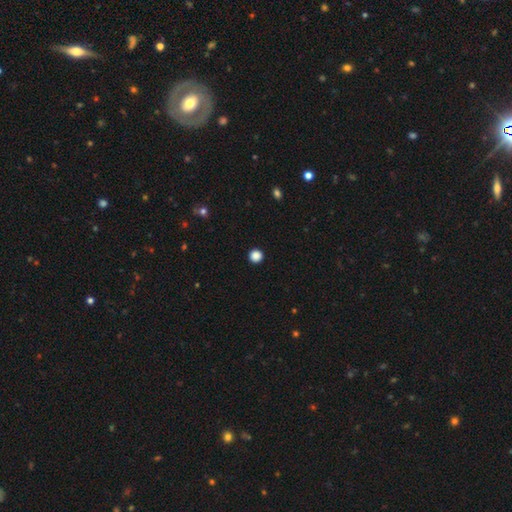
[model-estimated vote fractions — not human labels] Smooth or featured: smooth — 87% (star or artifact — 11%)
How rounded: round — 95% (in between — 4%)
Merging: none — 94% (minor disturbance — 4%)